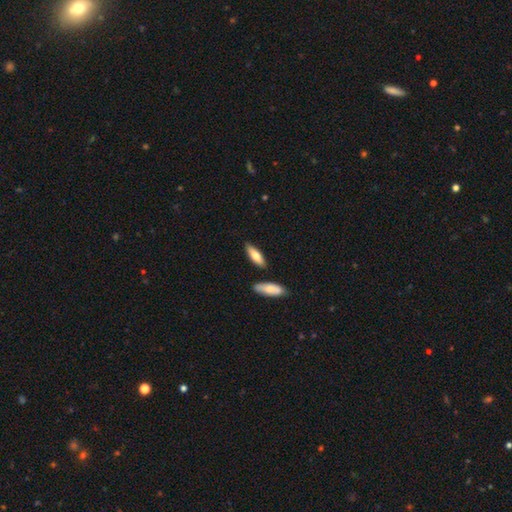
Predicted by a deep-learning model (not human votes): smooth 73%, featured or disk 22%, star or artifact 6%. Down the decision tree: how rounded — in between (56%); merging — none (81%).